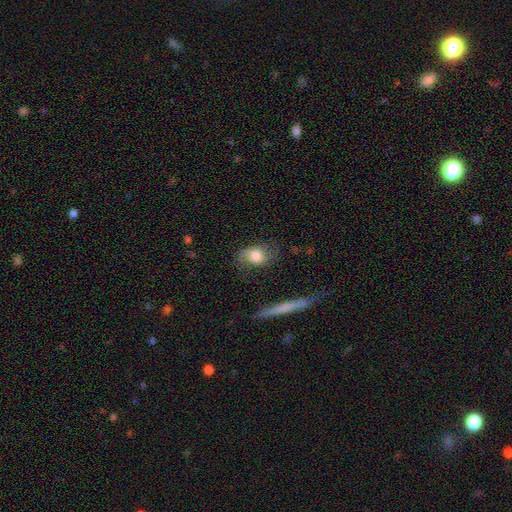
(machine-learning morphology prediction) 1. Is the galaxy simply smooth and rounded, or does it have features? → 65% smooth, 27% featured or disk, 8% star or artifact.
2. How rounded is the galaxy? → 71% in between, 25% round, 4% cigar-shaped.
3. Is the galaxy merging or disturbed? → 59% none, 26% minor disturbance, 12% major disturbance, 3% merger.